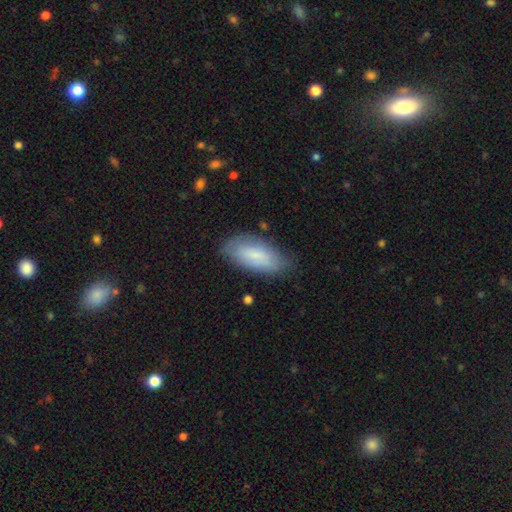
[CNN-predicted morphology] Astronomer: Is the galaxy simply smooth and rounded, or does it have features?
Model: smooth — 79%.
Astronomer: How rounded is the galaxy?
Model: in between — 85%.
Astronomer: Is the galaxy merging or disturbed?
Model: none — 76%.